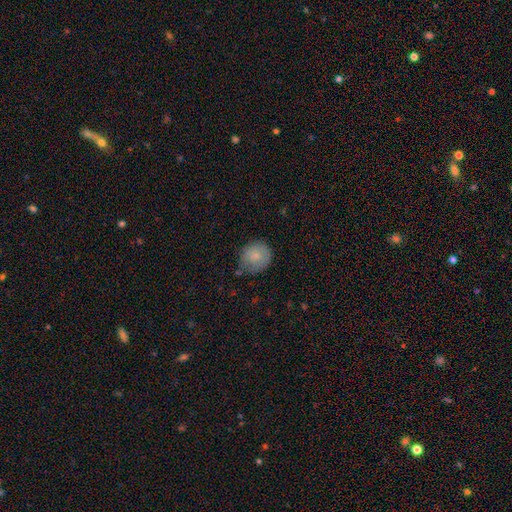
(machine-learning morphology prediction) Smooth or featured?
  - smooth: 79% *
  - featured or disk: 13%
  - star or artifact: 8%
How rounded?
  - round: 83% *
  - in between: 16%
  - cigar-shaped: 1%
Merging?
  - none: 65% *
  - minor disturbance: 26%
  - major disturbance: 6%
  - merger: 2%